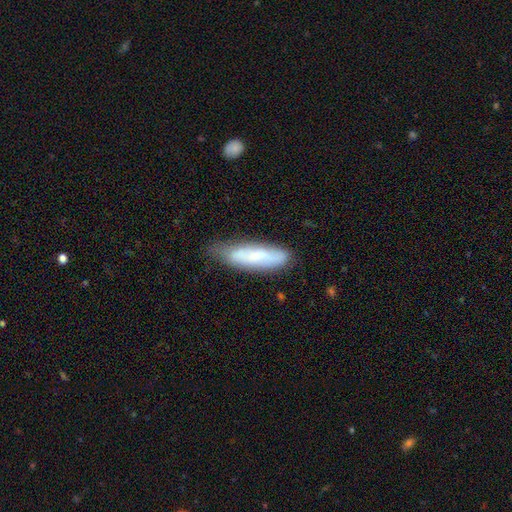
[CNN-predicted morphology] A smooth galaxy with no disk features (63%) that is cigar-shaped (64%).

Vote fractions:
- Smooth or featured? smooth: 63% / featured or disk: 30% / star or artifact: 7%
- How rounded? cigar-shaped: 64% / in between: 34% / round: 1%
- Merging? none: 58% / minor disturbance: 31% / major disturbance: 8% / merger: 3%